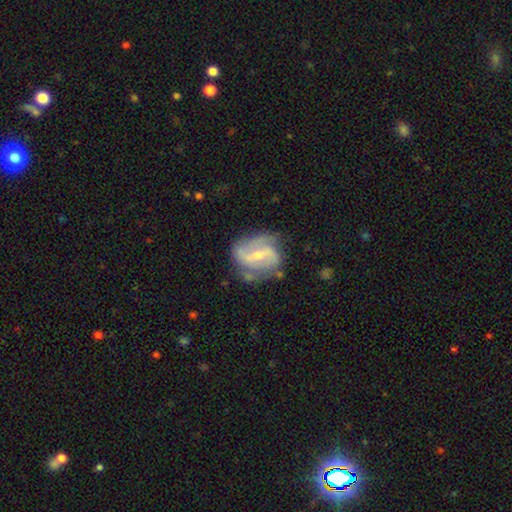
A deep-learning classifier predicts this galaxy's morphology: Smooth or featured? Predicted: featured or disk (p=0.83). Edge-on disk? Predicted: no (p=0.97). Bar? Predicted: weak (p=0.45). Spiral arms? Predicted: yes (p=0.94). Spiral winding? Predicted: medium (p=0.45). Spiral arm count? Predicted: 2 (p=0.74). Bulge size? Predicted: small (p=0.59). Merging? Predicted: none (p=0.64).